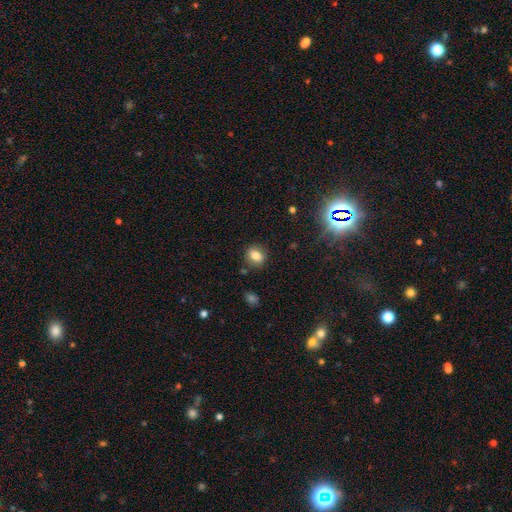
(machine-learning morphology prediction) This appears to be a smooth galaxy with no disk features (80%) that is round (49%, tied with in between). Merging: none (84%).